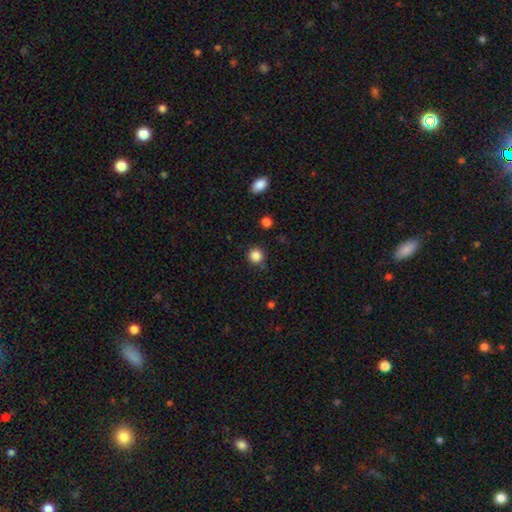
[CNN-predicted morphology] Smooth or featured? Predicted: smooth (p=0.85). How rounded? Predicted: round (p=0.94). Merging? Predicted: none (p=0.86).